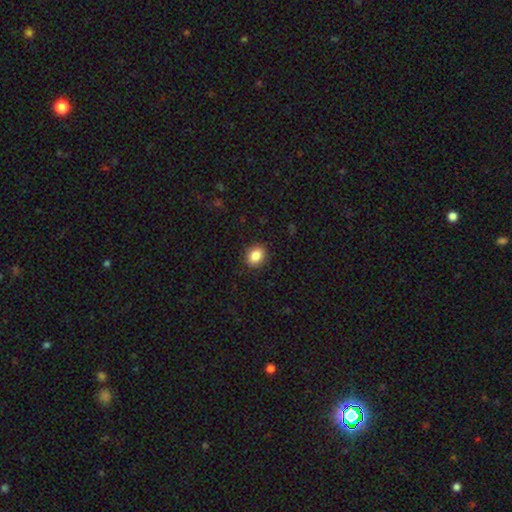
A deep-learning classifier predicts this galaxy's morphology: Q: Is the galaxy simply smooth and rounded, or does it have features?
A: smooth — 86%.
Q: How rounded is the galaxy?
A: in between — 55%.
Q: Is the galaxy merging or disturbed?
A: none — 89%.